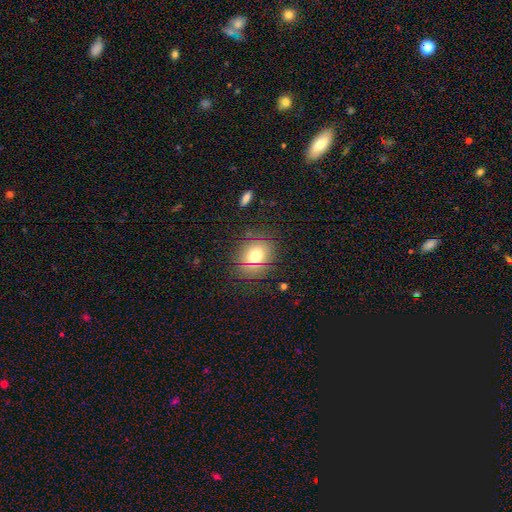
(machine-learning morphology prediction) Smooth or featured? Predicted: smooth (p=0.71). How rounded? Predicted: round (p=0.65). Merging? Predicted: none (p=0.83).